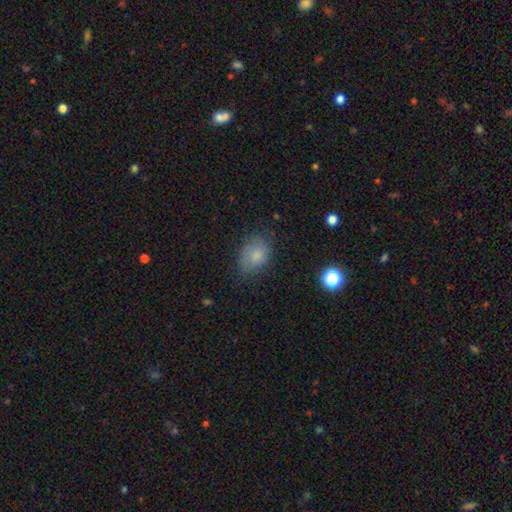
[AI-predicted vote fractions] Q: Smooth or featured?
A: smooth (76%); runner-up: featured or disk (14%)
Q: How rounded?
A: in between (76%); runner-up: round (22%)
Q: Merging?
A: none (60%); runner-up: minor disturbance (29%)